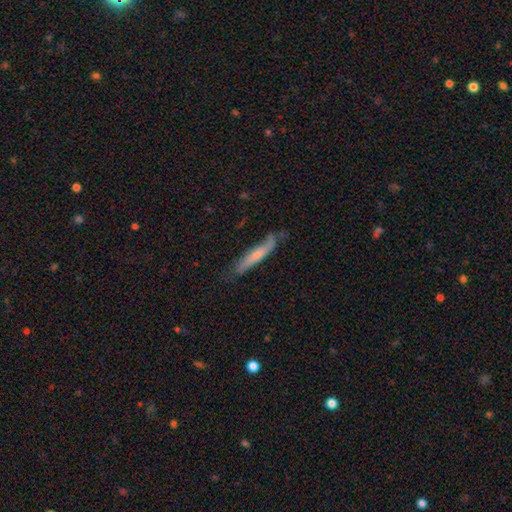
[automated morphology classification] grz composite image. It shows a smooth galaxy with no disk features (52%) that is cigar-shaped (92%). Merging: none (66%).